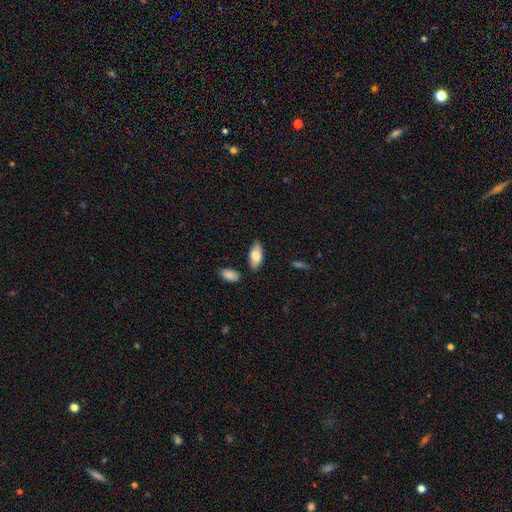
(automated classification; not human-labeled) Morphology: type=smooth (75%); roundness=in between (90%); merging=none (77%).